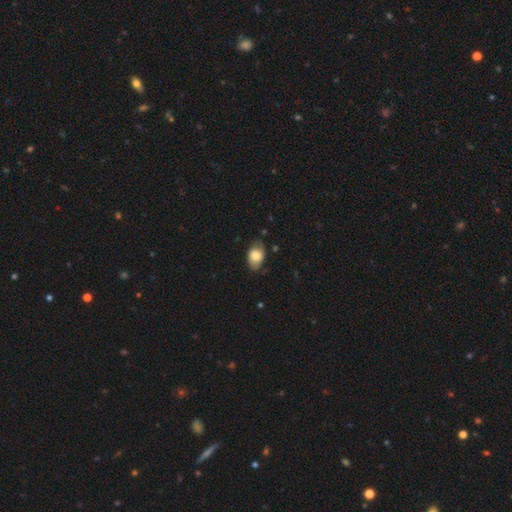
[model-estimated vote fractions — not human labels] This appears to be a smooth galaxy with no disk features (79%) that is in between round and cigar-shaped (86%). Merging: none (72%).